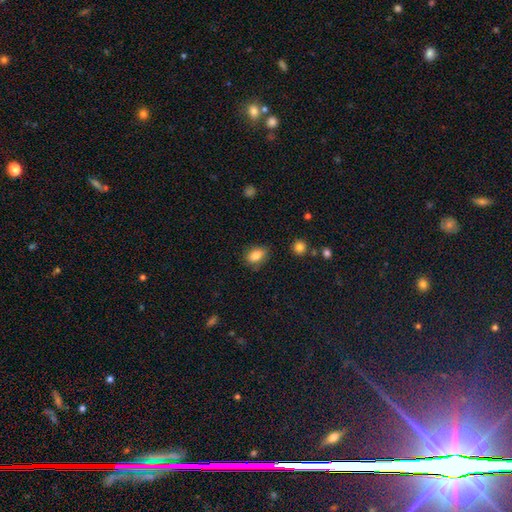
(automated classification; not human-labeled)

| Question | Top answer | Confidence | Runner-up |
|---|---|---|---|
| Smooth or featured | smooth | 84% | star or artifact (9%) |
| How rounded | in between | 80% | round (19%) |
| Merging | none | 78% | minor disturbance (17%) |